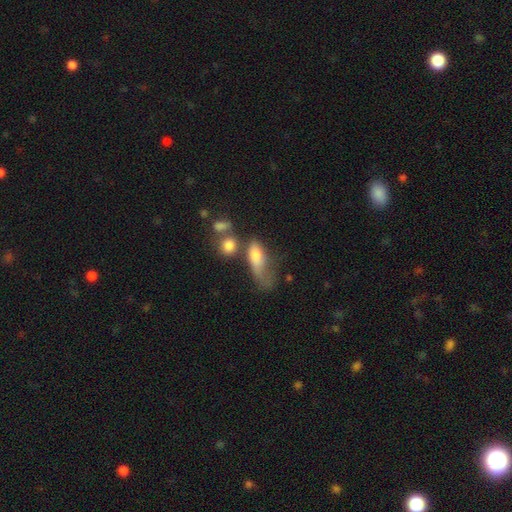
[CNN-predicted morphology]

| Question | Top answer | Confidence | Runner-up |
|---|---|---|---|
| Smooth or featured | smooth | 68% | featured or disk (22%) |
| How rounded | in between | 74% | cigar-shaped (18%) |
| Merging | major disturbance | 41% | merger (24%) |